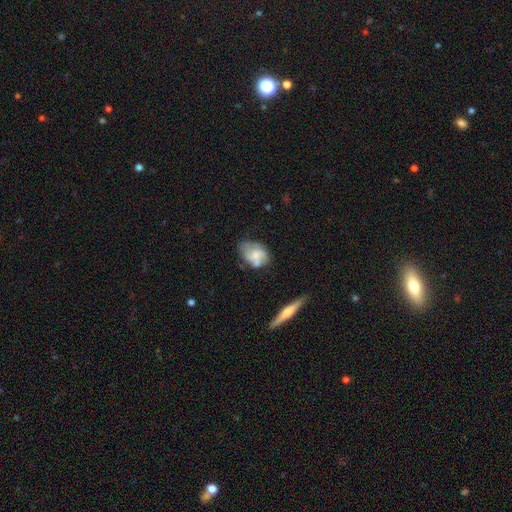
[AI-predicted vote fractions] Smooth or featured? Predicted: smooth (p=0.47). Merging? Predicted: none (p=0.49).